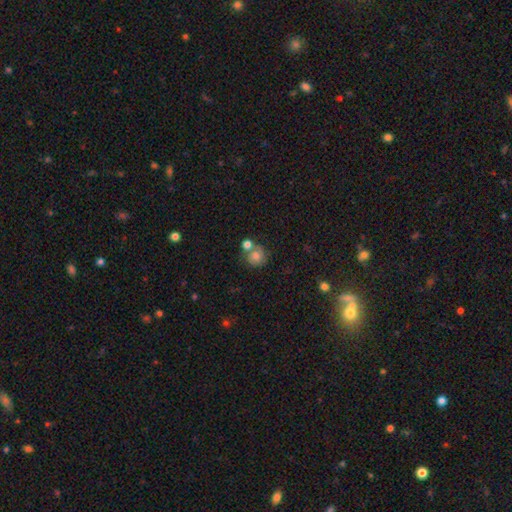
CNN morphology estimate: Overall: smooth (72%). How rounded: round (85%). Merging: none (50%; merger 32%).